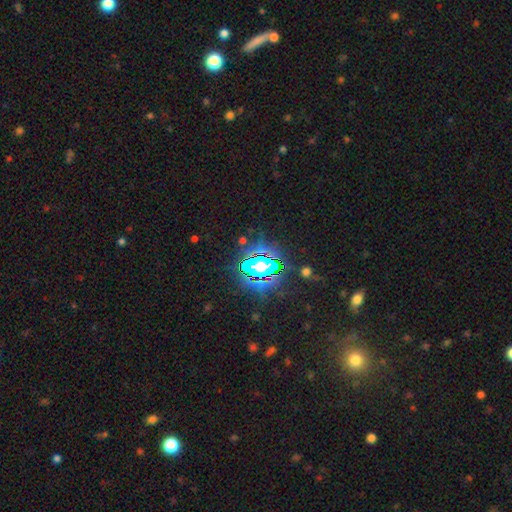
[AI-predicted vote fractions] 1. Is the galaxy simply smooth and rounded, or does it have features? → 80% star or artifact, 11% smooth, 9% featured or disk.